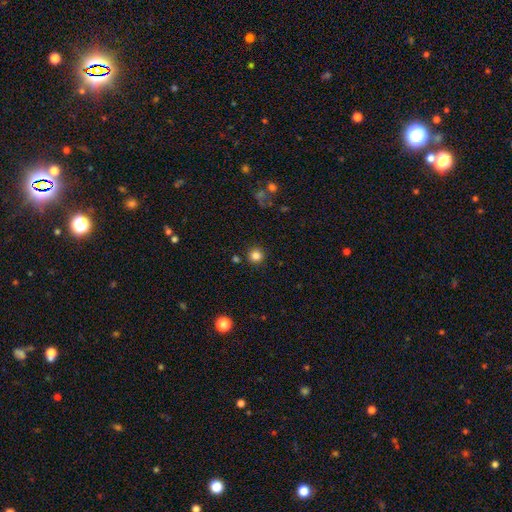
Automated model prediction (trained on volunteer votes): smooth-or-featured: smooth: 83% | star or artifact: 12% | featured or disk: 5%
  how-rounded: round: 95% | in between: 4% | cigar-shaped: 1%
  merging: none: 89% | minor disturbance: 6% | major disturbance: 2% | merger: 2%